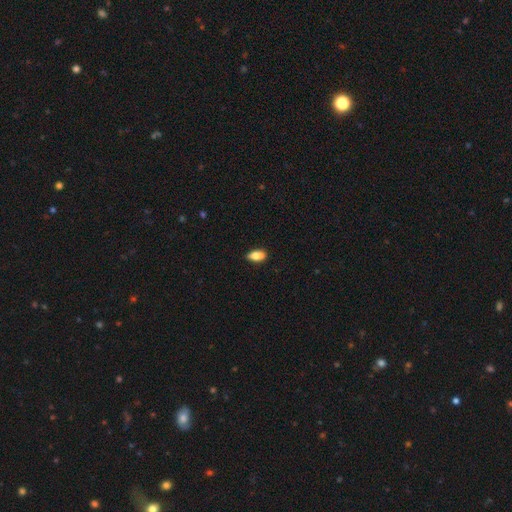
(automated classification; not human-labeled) Q: Smooth or featured?
A: smooth (81%); runner-up: featured or disk (12%)
Q: How rounded?
A: in between (85%); runner-up: cigar-shaped (11%)
Q: Merging?
A: none (84%); runner-up: minor disturbance (12%)